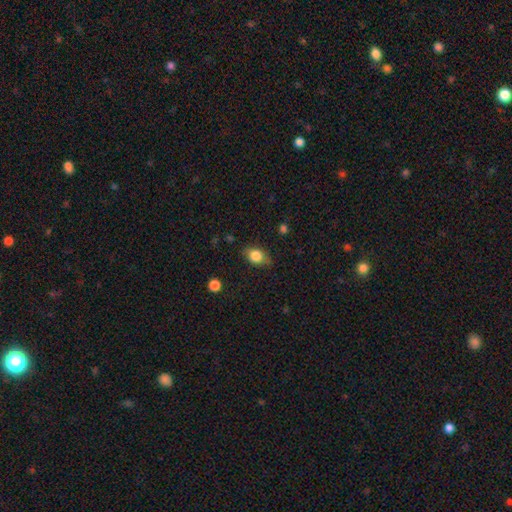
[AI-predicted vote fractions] Smooth or featured? smooth (81%)
How rounded? in between (68%)
Merging? none (75%)